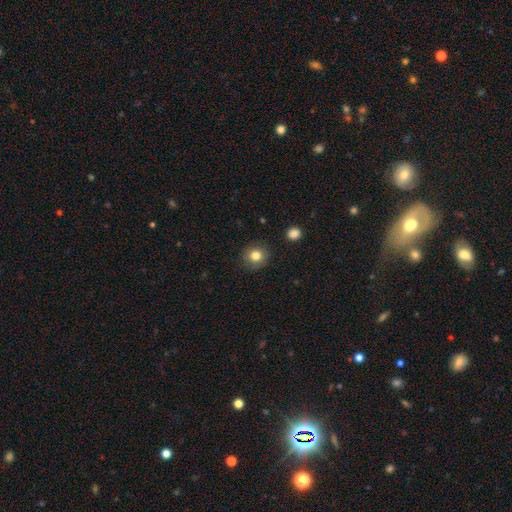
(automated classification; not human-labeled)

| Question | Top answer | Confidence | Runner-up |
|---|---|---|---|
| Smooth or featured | smooth | 81% | star or artifact (11%) |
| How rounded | round | 88% | in between (11%) |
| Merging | none | 87% | minor disturbance (9%) |